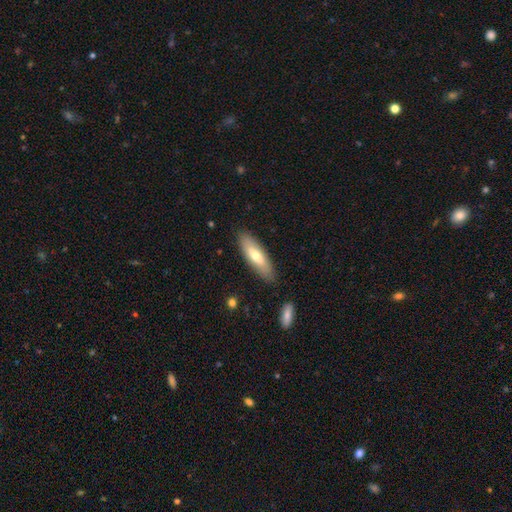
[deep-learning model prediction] smooth_or_featured: smooth (p=0.63) [alt: featured or disk p=0.31]
how_rounded: cigar-shaped (p=0.53) [alt: in between p=0.45]
merging: none (p=0.86) [alt: minor disturbance p=0.10]